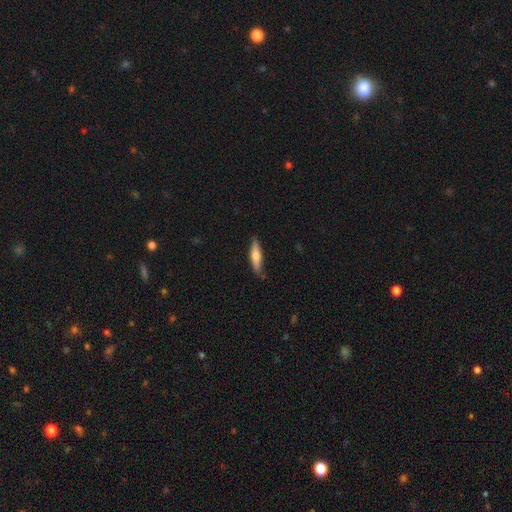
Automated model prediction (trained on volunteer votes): Morphology: type=smooth (58%); roundness=cigar-shaped (77%); merging=none (81%).